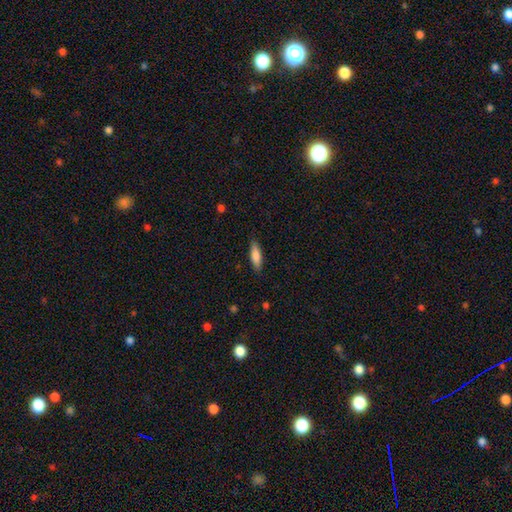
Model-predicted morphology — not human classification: The model was most divided on "how rounded": cigar-shaped: 59%, in between: 40%, round: 2%. More confident: merging — none (86%); smooth or featured — smooth (78%).